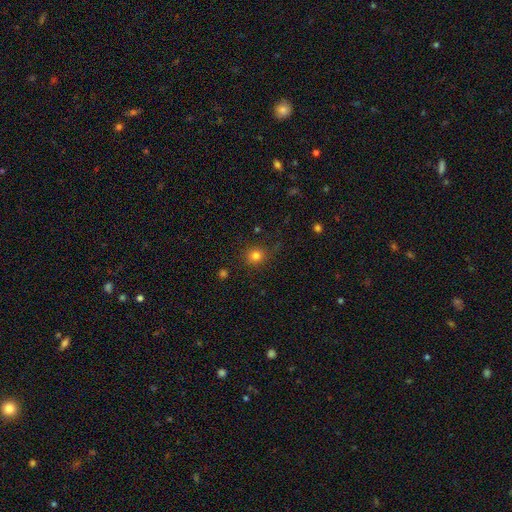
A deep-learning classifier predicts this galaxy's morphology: The model was most divided on "smooth or featured": smooth: 79%, star or artifact: 15%, featured or disk: 6%. More confident: how rounded — round (87%); merging — none (81%).